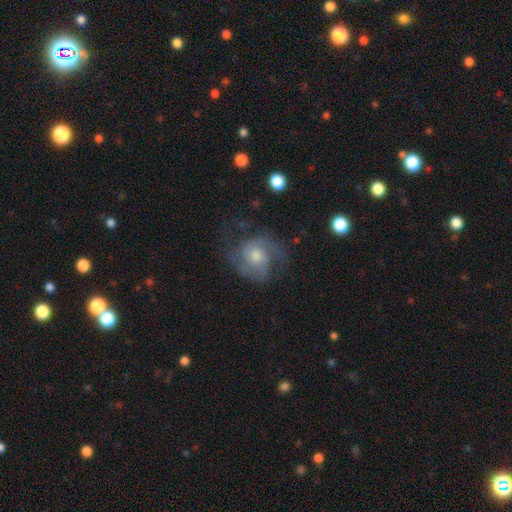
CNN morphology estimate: smooth_or_featured: featured or disk (p=0.74) [alt: smooth p=0.18]
disk_edge_on: no (p=0.98) [alt: yes p=0.02]
bar: no (p=0.71) [alt: weak p=0.26]
has_spiral_arms: yes (p=0.92) [alt: no p=0.08]
spiral_winding: medium (p=0.49) [alt: tight p=0.32]
spiral_arm_count: 2 (p=0.64) [alt: can't tell p=0.15]
bulge_size: moderate (p=0.53) [alt: small p=0.36]
merging: none (p=0.62) [alt: minor disturbance p=0.20]